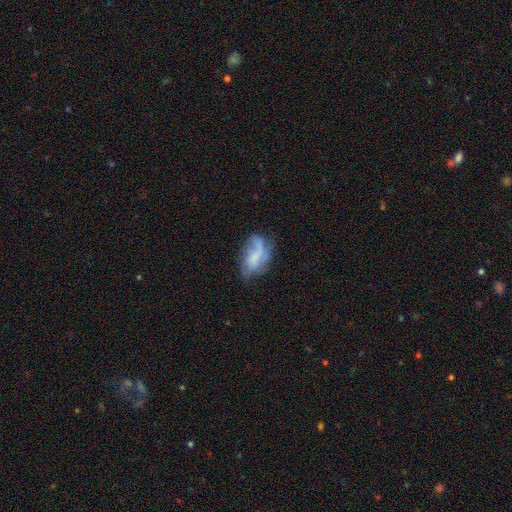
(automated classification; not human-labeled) Morphology: type=smooth (47%); merging=none (39%).